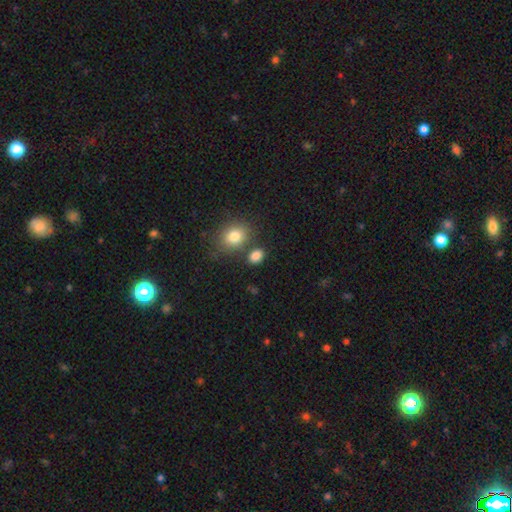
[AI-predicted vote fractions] Morphology: type=smooth (84%); roundness=in between (64%); merging=none (69%).